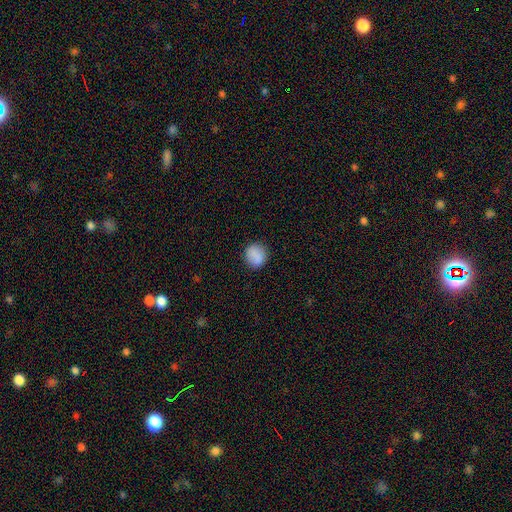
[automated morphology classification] smooth_or_featured: smooth (p=0.85) [alt: star or artifact p=0.09]
how_rounded: round (p=0.82) [alt: in between p=0.17]
merging: none (p=0.84) [alt: minor disturbance p=0.11]